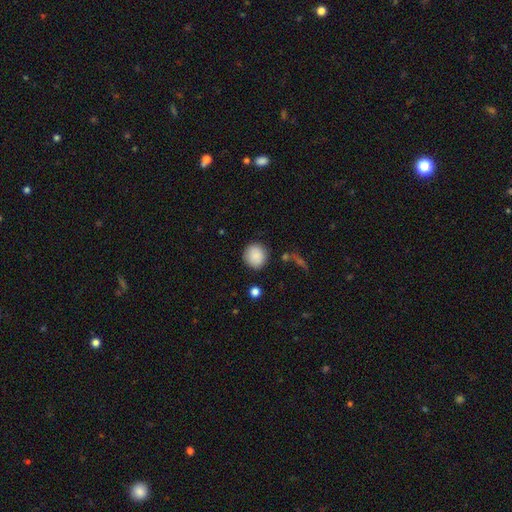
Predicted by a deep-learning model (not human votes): smooth-or-featured: smooth: 87% | star or artifact: 8% | featured or disk: 5%
  how-rounded: round: 89% | in between: 10% | cigar-shaped: 1%
  merging: none: 86% | minor disturbance: 9% | major disturbance: 3% | merger: 2%